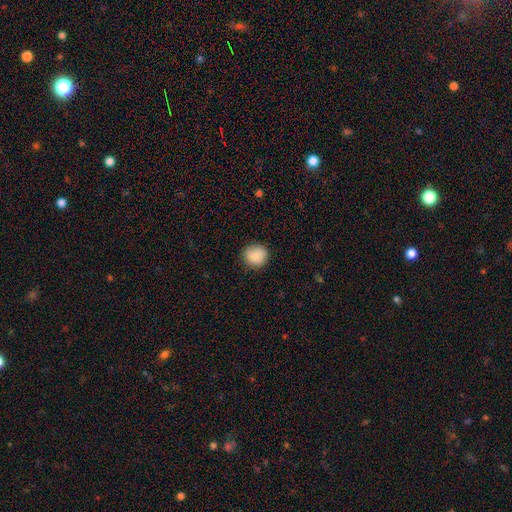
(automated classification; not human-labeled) This appears to be a smooth galaxy with no disk features (87%) that is round (89%). Merging: none (87%).